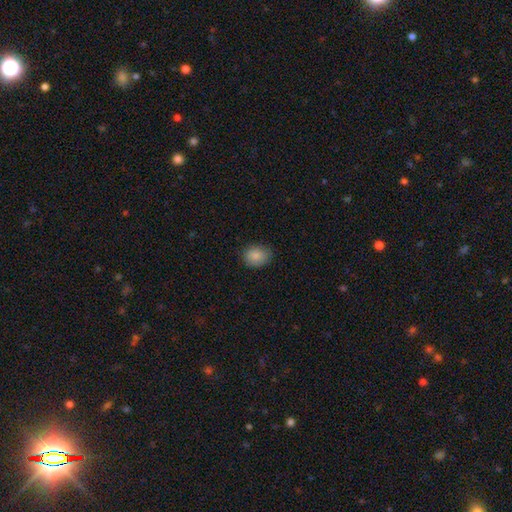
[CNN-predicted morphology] The model was most divided on "how rounded": round: 52%, in between: 47%, cigar-shaped: 1%. More confident: smooth or featured — smooth (87%); merging — none (81%).